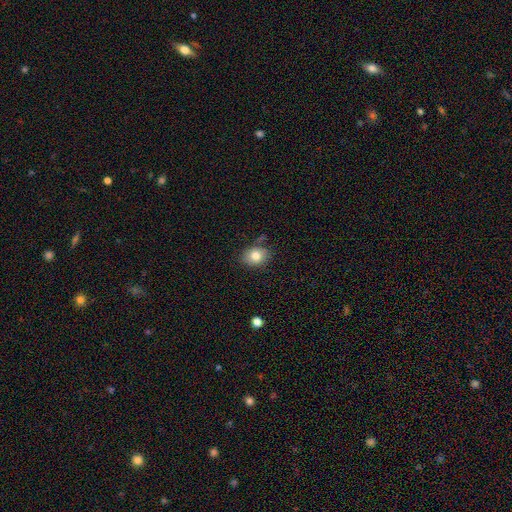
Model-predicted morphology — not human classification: smooth 80%, featured or disk 10%, star or artifact 9%. Down the decision tree: how rounded — in between (57%); merging — none (77%).